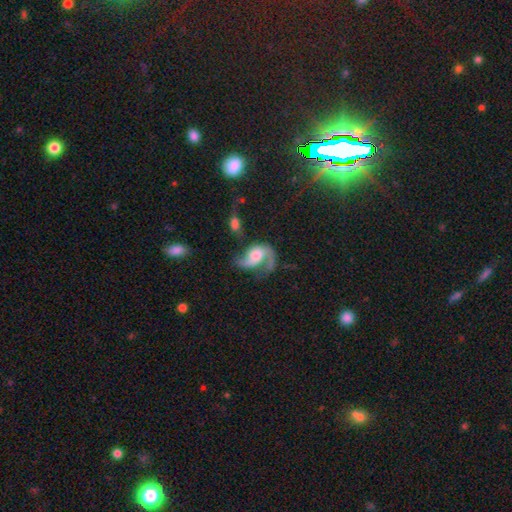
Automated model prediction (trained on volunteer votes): Morphology: type=featured or disk (79%); edge-on=no (97%); bar=no (59%); spiral arms=yes (92%); winding=loose (56%); arm count=2 (73%); bulge=moderate (40%); merging=none (34%).